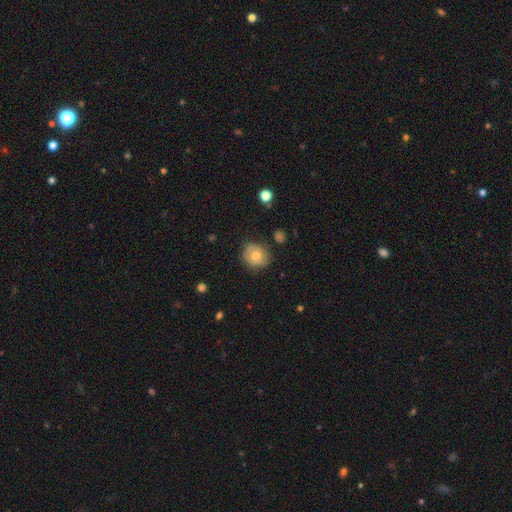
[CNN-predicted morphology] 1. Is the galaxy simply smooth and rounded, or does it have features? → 61% smooth, 30% featured or disk, 9% star or artifact.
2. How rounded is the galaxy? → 84% round, 15% in between, 1% cigar-shaped.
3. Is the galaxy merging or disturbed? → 74% none, 19% minor disturbance, 5% major disturbance, 2% merger.